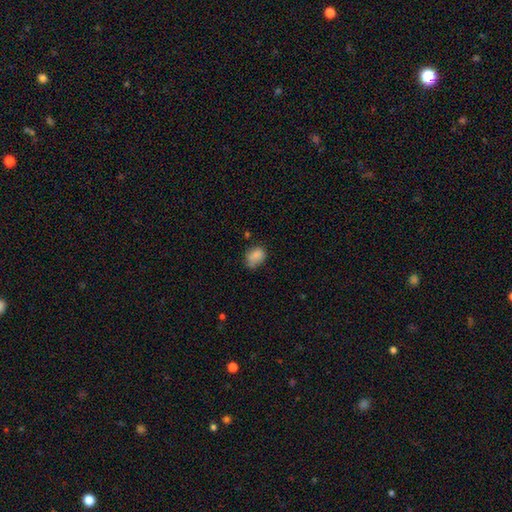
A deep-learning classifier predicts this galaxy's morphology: type=smooth (82%); roundness=in between (69%); merging=none (58%).